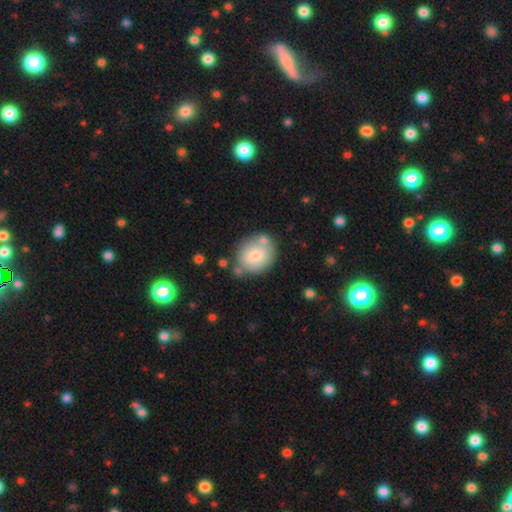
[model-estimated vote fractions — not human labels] Smooth or featured? Predicted: smooth (p=0.77). How rounded? Predicted: round (p=0.69). Merging? Predicted: none (p=0.67).